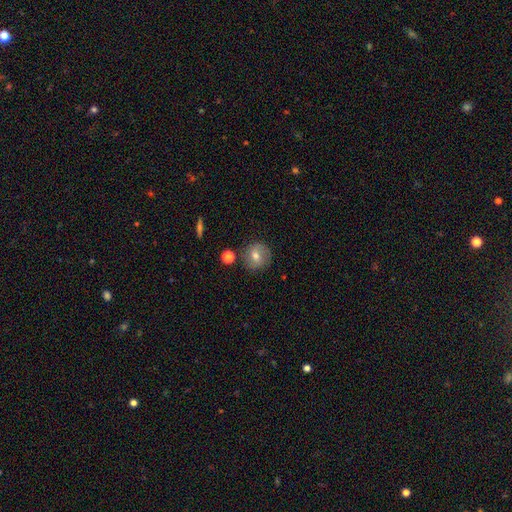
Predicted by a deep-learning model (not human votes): Morphology: type=smooth (64%); roundness=round (90%); merging=none (81%).